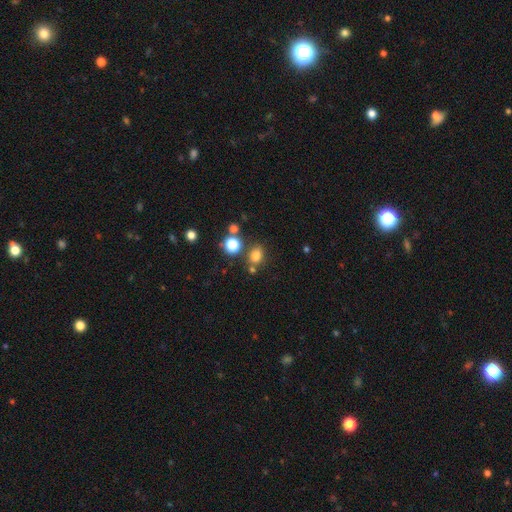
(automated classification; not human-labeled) A smooth galaxy with no disk features (76%) that is in between round and cigar-shaped (52%).

Vote fractions:
- Smooth or featured? smooth: 76% / star or artifact: 17% / featured or disk: 7%
- How rounded? in between: 52% / round: 46% / cigar-shaped: 1%
- Merging? none: 70% / merger: 13% / minor disturbance: 12% / major disturbance: 4%